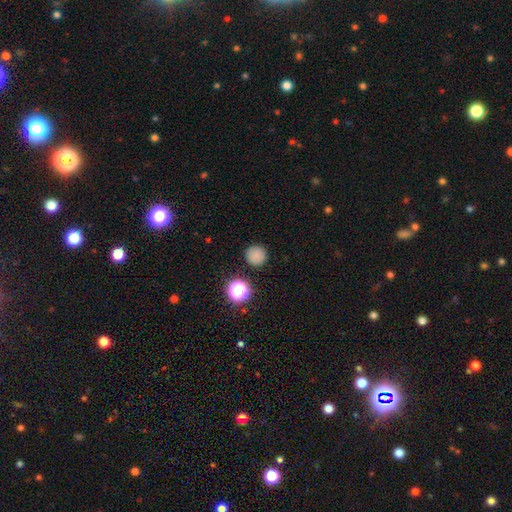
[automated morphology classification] A smooth galaxy with no disk features (81%) that is round (95%).

Vote fractions:
- Smooth or featured? smooth: 81% / star or artifact: 15% / featured or disk: 4%
- How rounded? round: 95% / in between: 4% / cigar-shaped: 1%
- Merging? none: 89% / minor disturbance: 6% / major disturbance: 2% / merger: 2%